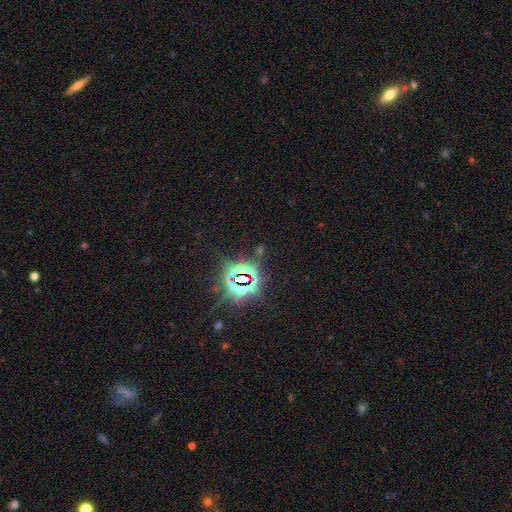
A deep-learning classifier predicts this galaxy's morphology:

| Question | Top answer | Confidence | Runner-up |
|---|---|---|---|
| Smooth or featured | star or artifact | 82% | smooth (11%) |